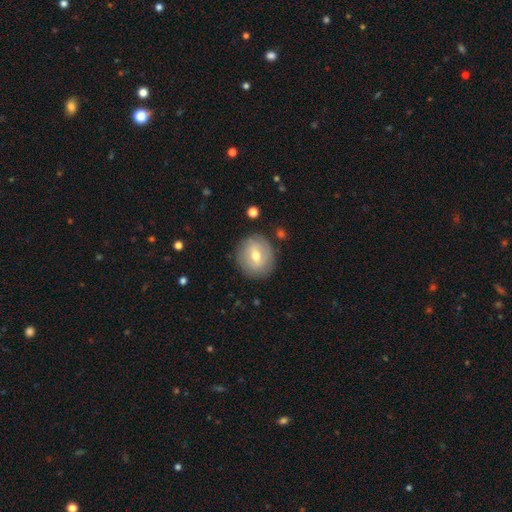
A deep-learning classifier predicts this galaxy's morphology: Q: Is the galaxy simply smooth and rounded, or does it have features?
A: smooth — 51%.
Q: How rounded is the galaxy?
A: round — 80%.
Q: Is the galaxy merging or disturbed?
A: none — 84%.